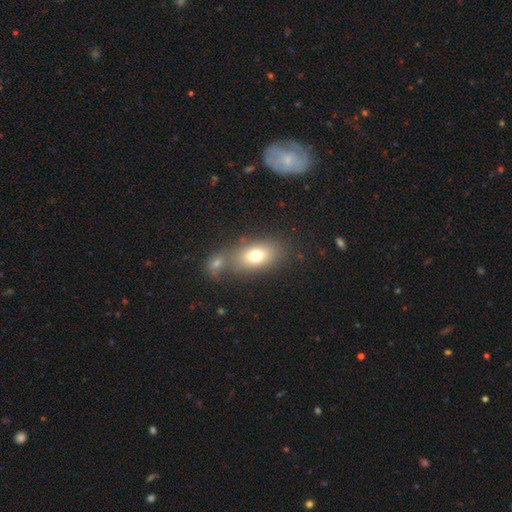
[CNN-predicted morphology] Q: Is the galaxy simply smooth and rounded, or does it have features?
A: smooth — 73%.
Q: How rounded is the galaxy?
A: in between — 81%.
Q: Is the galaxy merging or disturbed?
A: none — 52%.